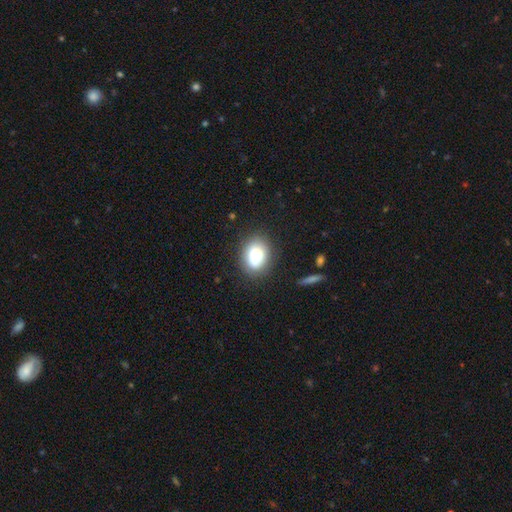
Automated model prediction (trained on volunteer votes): Overall: smooth (80%). How rounded: in between (68%; round 31%). Merging: none (78%).